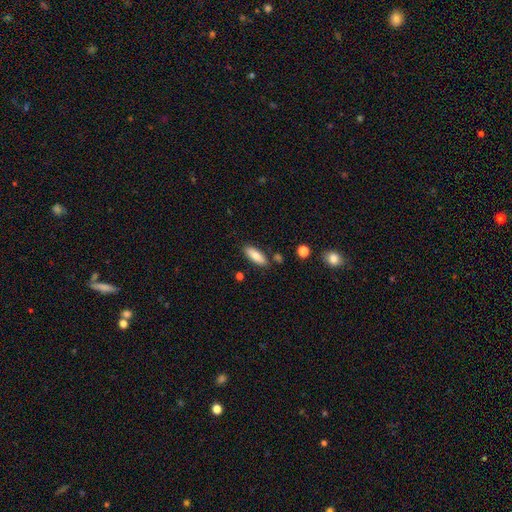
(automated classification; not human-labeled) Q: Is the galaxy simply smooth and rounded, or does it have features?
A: smooth — 81%.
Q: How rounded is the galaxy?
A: in between — 66%.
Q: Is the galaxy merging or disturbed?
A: none — 84%.